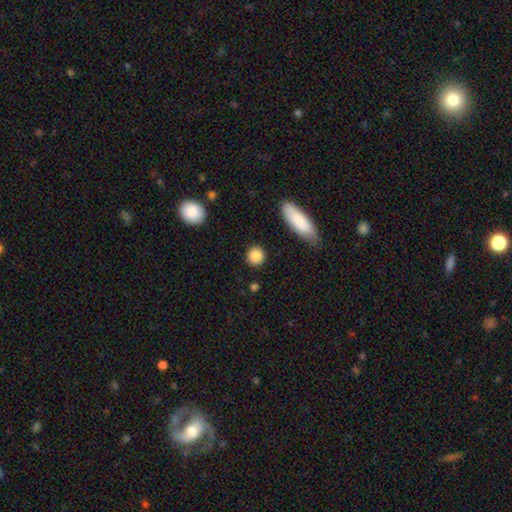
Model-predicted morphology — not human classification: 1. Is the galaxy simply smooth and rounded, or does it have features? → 87% smooth, 8% star or artifact, 5% featured or disk.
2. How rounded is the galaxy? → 86% round, 12% in between, 2% cigar-shaped.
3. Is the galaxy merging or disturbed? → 88% none, 8% minor disturbance, 3% major disturbance, 2% merger.